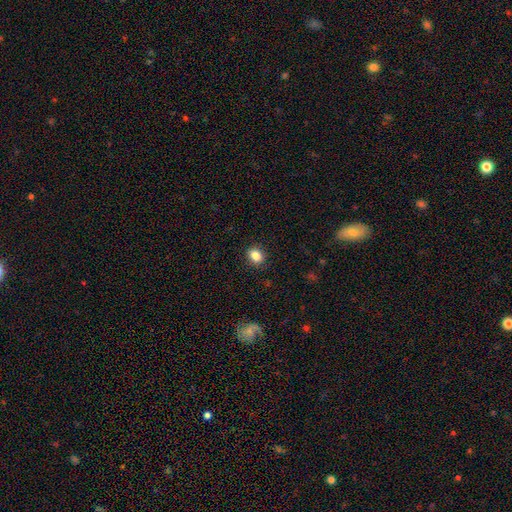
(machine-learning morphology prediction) Smooth or featured?
  - smooth: 84% *
  - star or artifact: 10%
  - featured or disk: 6%
How rounded?
  - in between: 51% *
  - round: 48%
  - cigar-shaped: 1%
Merging?
  - none: 88% *
  - minor disturbance: 8%
  - major disturbance: 2%
  - merger: 1%